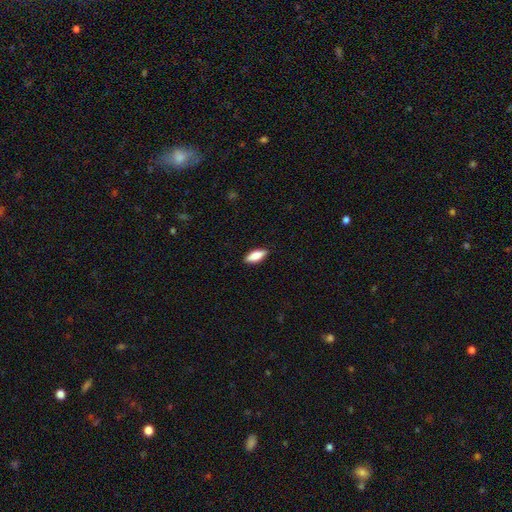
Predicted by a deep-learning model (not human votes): smooth_or_featured: smooth (p=0.83) [alt: featured or disk p=0.11]
how_rounded: in between (p=0.72) [alt: cigar-shaped p=0.26]
merging: none (p=0.89) [alt: minor disturbance p=0.08]